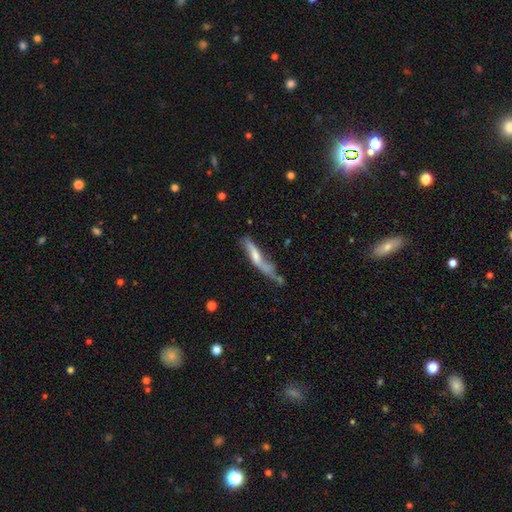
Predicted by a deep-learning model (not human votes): A featured or disk galaxy (57%) viewed edge-on (57%).

Vote fractions:
- Smooth or featured? featured or disk: 57% / smooth: 35% / star or artifact: 8%
- Edge-on disk? yes: 57% / no: 43%
- Merging? none: 36% / minor disturbance: 30% / major disturbance: 20% / merger: 14%